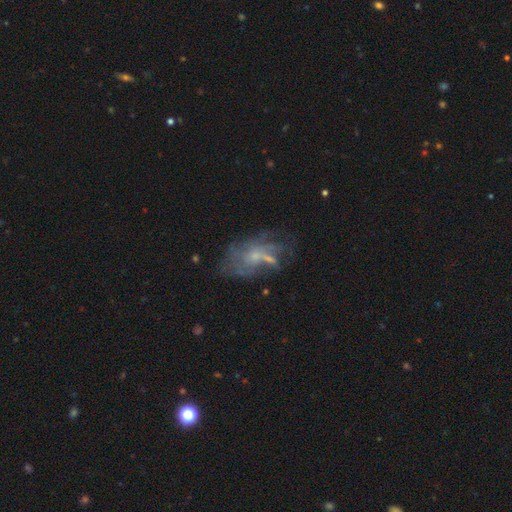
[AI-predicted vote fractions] This appears to be a featured or disk galaxy (65%) with no bar (75%), spiral arms (55%) and a small central bulge (59%). Merging: none (42%).